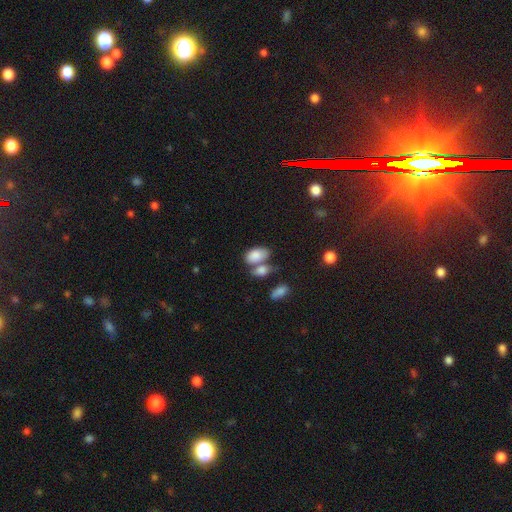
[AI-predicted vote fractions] Q: Smooth or featured?
A: smooth (82%); runner-up: featured or disk (10%)
Q: How rounded?
A: in between (92%); runner-up: round (6%)
Q: Merging?
A: merger (44%); runner-up: none (35%)